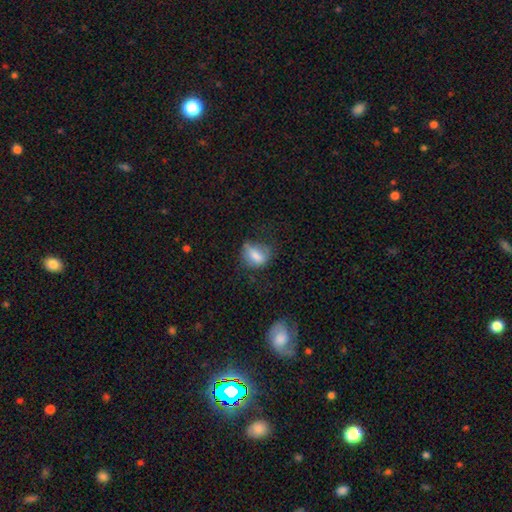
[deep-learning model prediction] smooth 72%, featured or disk 19%, star or artifact 9%. Down the decision tree: how rounded — in between (68%); merging — none (45%).